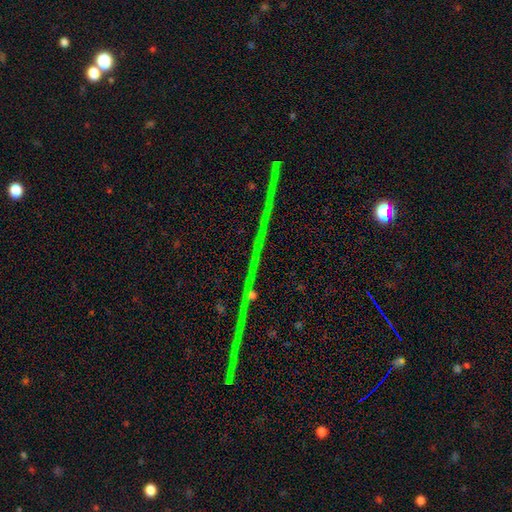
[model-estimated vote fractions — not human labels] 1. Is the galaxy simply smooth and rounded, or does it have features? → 79% star or artifact, 14% featured or disk, 7% smooth.